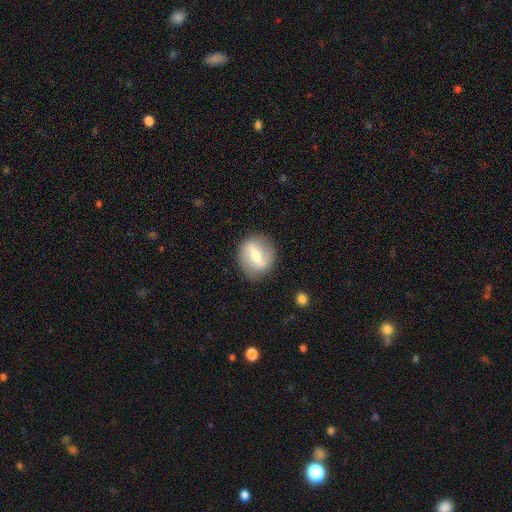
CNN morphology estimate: This appears to be a featured or disk galaxy (47%). Merging: none (84%).